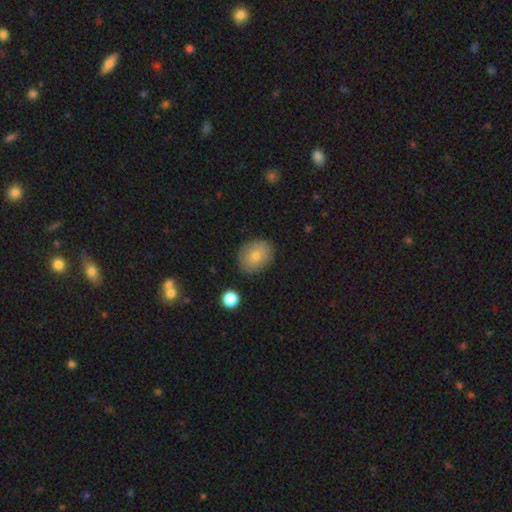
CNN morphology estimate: Smooth or featured: smooth — 76% (featured or disk — 15%)
How rounded: in between — 56% (round — 43%)
Merging: none — 85% (minor disturbance — 11%)